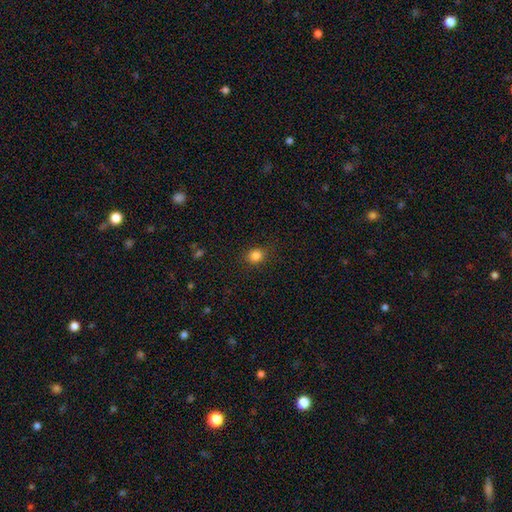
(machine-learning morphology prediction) A smooth galaxy with no disk features (84%) that is round (74%). Merging: none (86%).